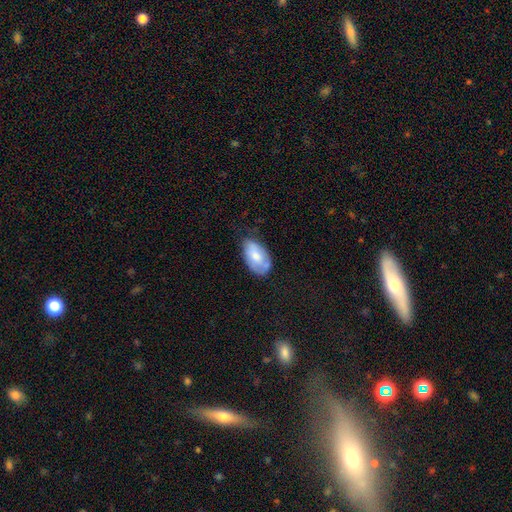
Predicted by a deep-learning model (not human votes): The model was most divided on "merging": none: 55%, minor disturbance: 34%, major disturbance: 8%, merger: 3%. More confident: how rounded — in between (94%); smooth or featured — smooth (68%).